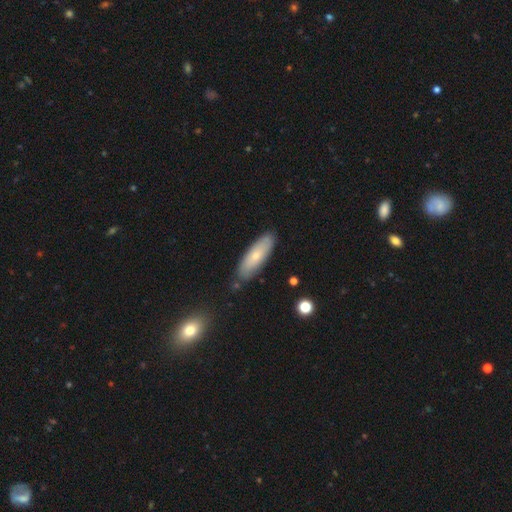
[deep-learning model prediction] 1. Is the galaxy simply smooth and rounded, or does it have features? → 62% smooth, 31% featured or disk, 6% star or artifact.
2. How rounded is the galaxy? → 53% in between, 45% cigar-shaped, 2% round.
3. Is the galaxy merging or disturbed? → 82% none, 13% minor disturbance, 2% major disturbance, 2% merger.